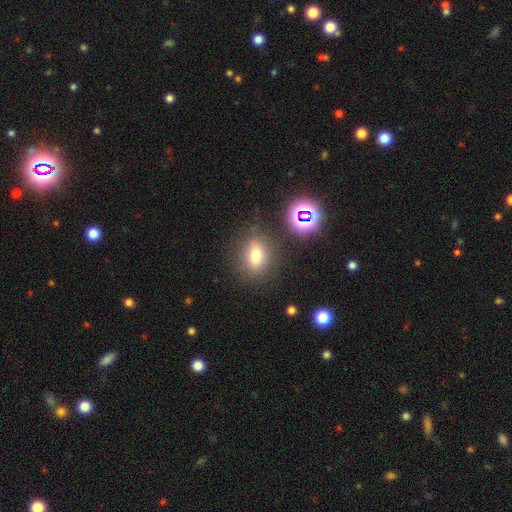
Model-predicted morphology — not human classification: smooth 71%, star or artifact 17%, featured or disk 12%. Down the decision tree: how rounded — in between (61%); merging — none (78%).